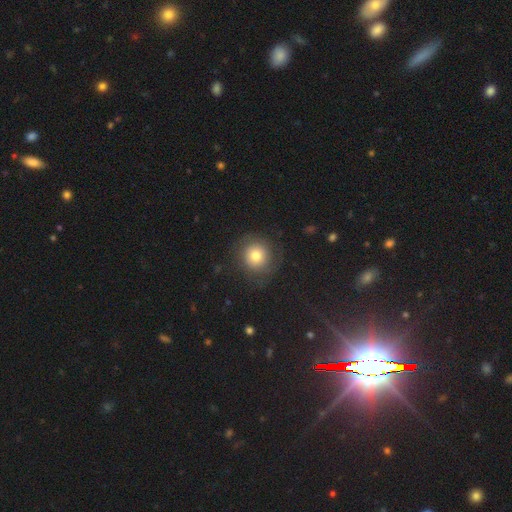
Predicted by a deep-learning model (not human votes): Smooth or featured? smooth (69%)
How rounded? round (92%)
Merging? none (77%)